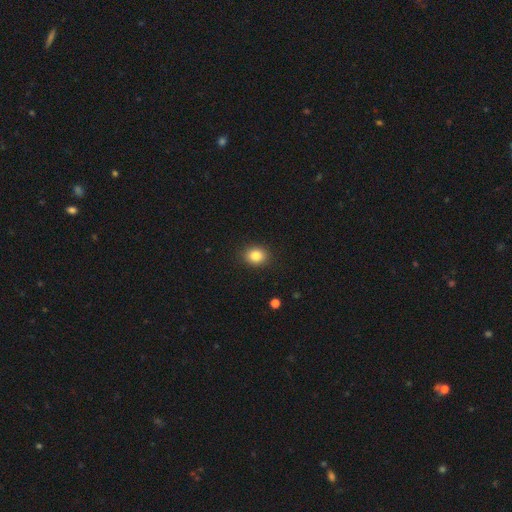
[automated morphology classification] Smooth or featured: smooth — 84% (star or artifact — 10%)
How rounded: round — 63% (in between — 36%)
Merging: none — 90% (minor disturbance — 7%)